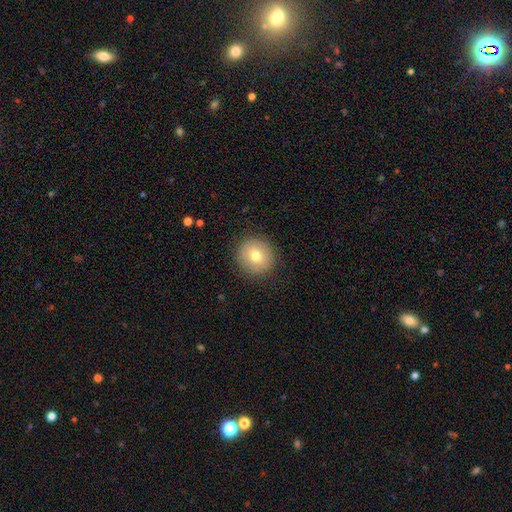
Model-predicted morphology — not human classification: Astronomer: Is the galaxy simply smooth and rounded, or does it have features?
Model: smooth — 73%.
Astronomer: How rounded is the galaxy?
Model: round — 91%.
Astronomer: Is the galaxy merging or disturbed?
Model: none — 89%.